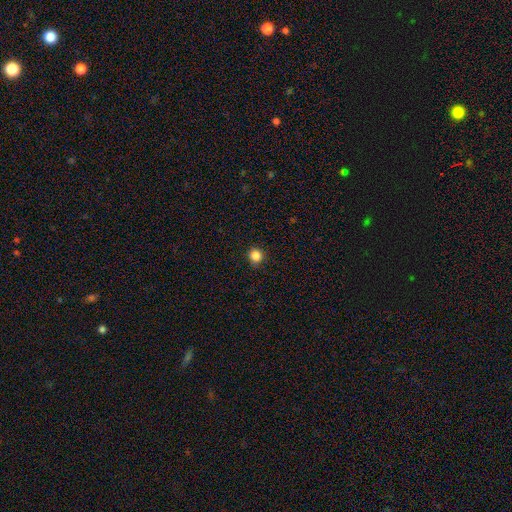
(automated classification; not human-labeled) The model was most divided on "smooth or featured": smooth: 85%, star or artifact: 11%, featured or disk: 3%. More confident: how rounded — round (92%); merging — none (91%).